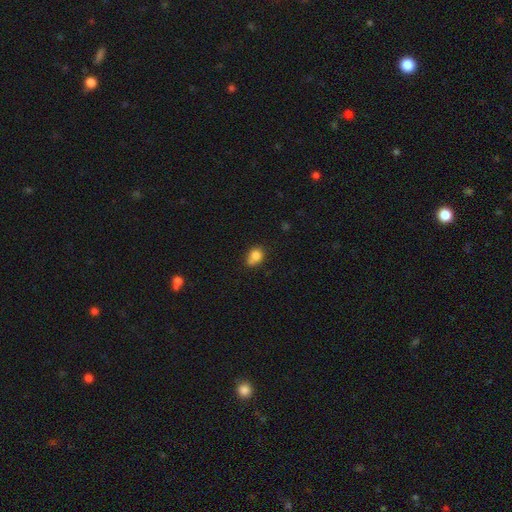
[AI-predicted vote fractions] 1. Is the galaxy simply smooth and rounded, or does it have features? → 80% smooth, 10% star or artifact, 9% featured or disk.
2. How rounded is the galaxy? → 52% round, 47% in between, 1% cigar-shaped.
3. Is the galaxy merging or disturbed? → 46% none, 28% minor disturbance, 18% merger, 8% major disturbance.